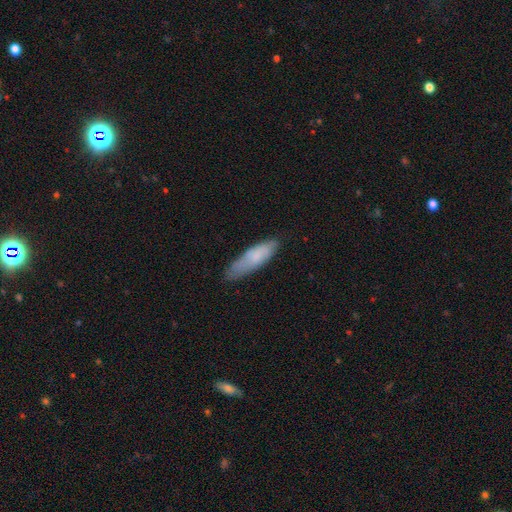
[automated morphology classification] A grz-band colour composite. It shows a smooth galaxy with no disk features (75%) that is cigar-shaped (60%). Merging: none (70%).